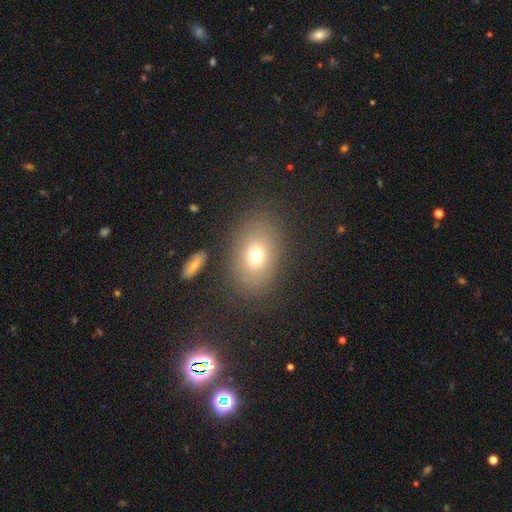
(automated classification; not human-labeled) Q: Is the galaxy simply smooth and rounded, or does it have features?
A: smooth — 70%.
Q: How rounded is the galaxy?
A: in between — 74%.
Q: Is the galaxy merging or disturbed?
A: none — 80%.